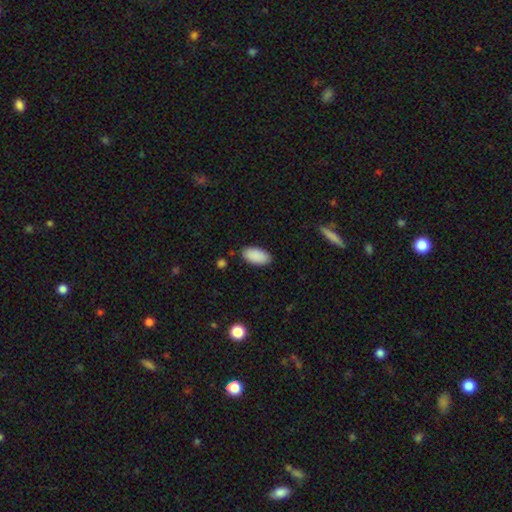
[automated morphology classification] The model was most divided on "merging": none: 86%, minor disturbance: 10%, major disturbance: 2%, merger: 1%. More confident: how rounded — in between (94%); smooth or featured — smooth (90%).